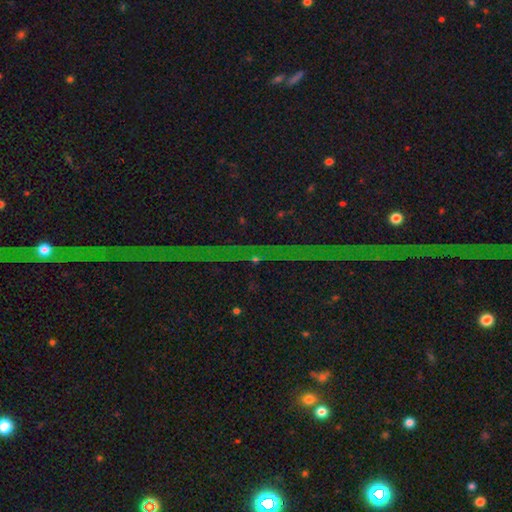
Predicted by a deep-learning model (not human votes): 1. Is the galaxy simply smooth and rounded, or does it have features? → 80% star or artifact, 12% featured or disk, 8% smooth.